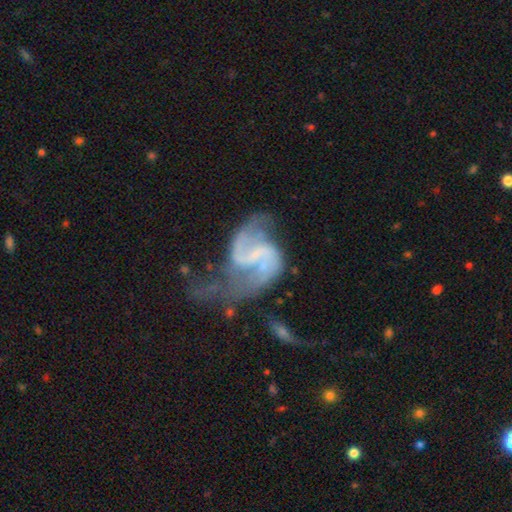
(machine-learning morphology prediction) Smooth or featured? featured or disk (89%)
Edge-on disk? no (98%)
Bar? weak (48%)
Spiral arms? yes (95%)
Spiral winding? loose (53%)
Spiral arm count? 2 (91%)
Bulge size? none (48%)
Merging? none (36%)